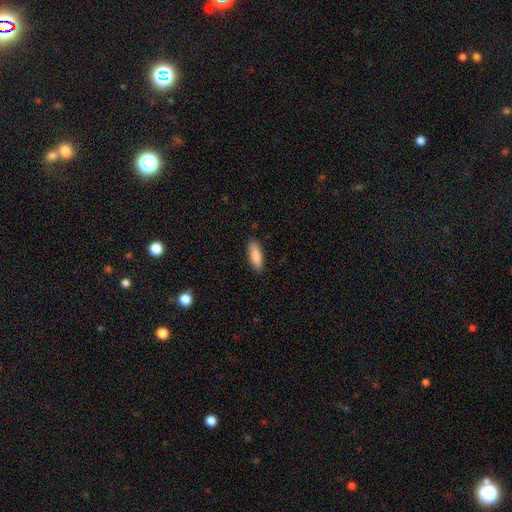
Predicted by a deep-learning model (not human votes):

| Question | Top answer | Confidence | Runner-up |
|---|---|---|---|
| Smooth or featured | smooth | 88% | featured or disk (6%) |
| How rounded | in between | 63% | cigar-shaped (35%) |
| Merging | none | 88% | minor disturbance (9%) |